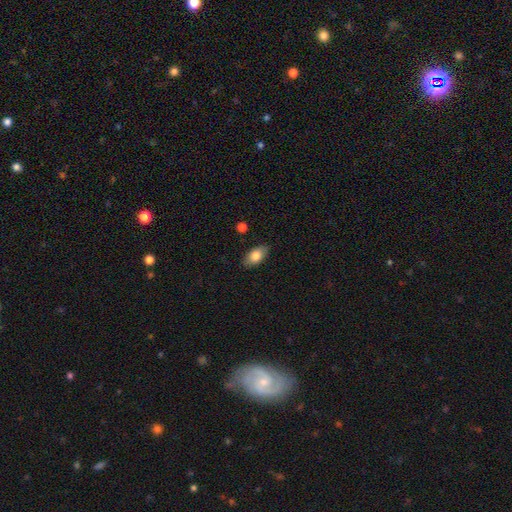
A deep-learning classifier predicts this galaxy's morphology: Smooth or featured: smooth — 81% (featured or disk — 12%)
How rounded: in between — 92% (round — 5%)
Merging: none — 84% (minor disturbance — 12%)